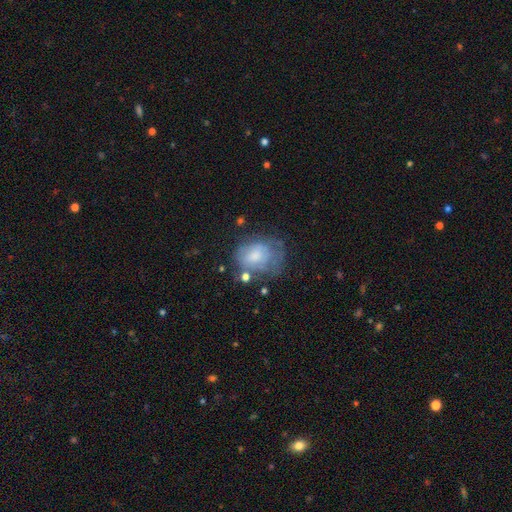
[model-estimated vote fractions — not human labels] Overall: smooth (52%; featured or disk 38%). How rounded: in between (57%; round 42%). Merging: none (38%; minor disturbance 29%).